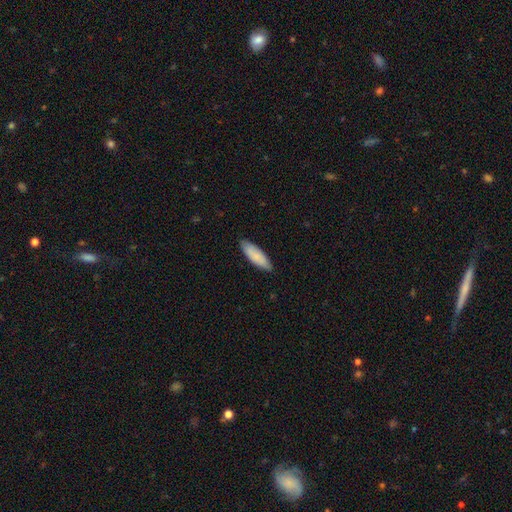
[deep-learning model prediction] This is clearly a smooth galaxy (85%). How rounded: possibly in between (53%). Merging: clearly none (85%).